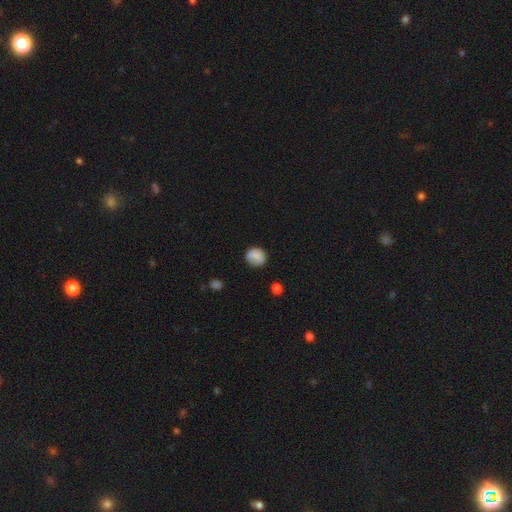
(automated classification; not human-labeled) smooth_or_featured: smooth (p=0.84) [alt: star or artifact p=0.09]
how_rounded: round (p=0.78) [alt: in between p=0.21]
merging: none (p=0.73) [alt: minor disturbance p=0.20]